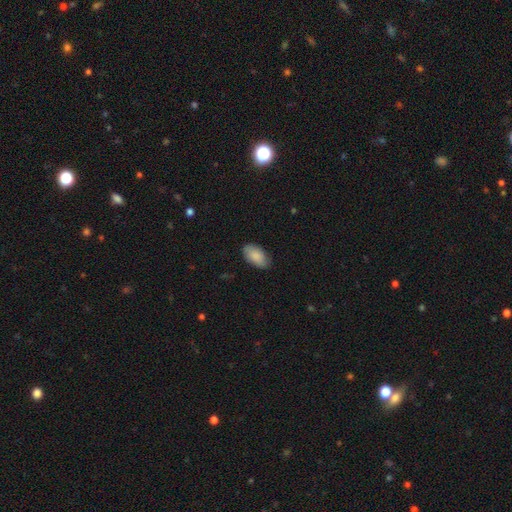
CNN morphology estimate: smooth 87%, featured or disk 8%, star or artifact 6%. Down the decision tree: how rounded — in between (95%); merging — none (83%).